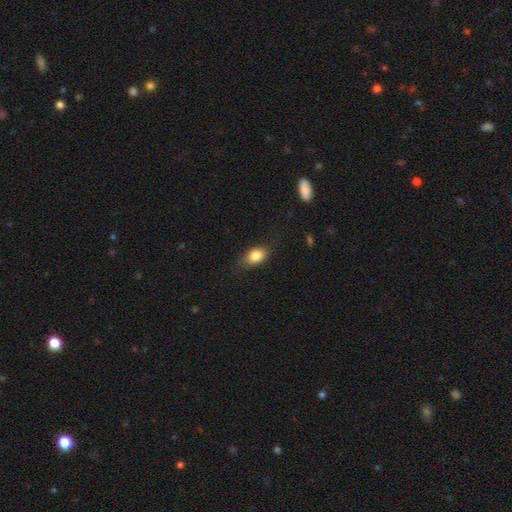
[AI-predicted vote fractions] Q: Smooth or featured?
A: smooth (83%); runner-up: featured or disk (9%)
Q: How rounded?
A: in between (80%); runner-up: round (16%)
Q: Merging?
A: none (77%); runner-up: minor disturbance (17%)